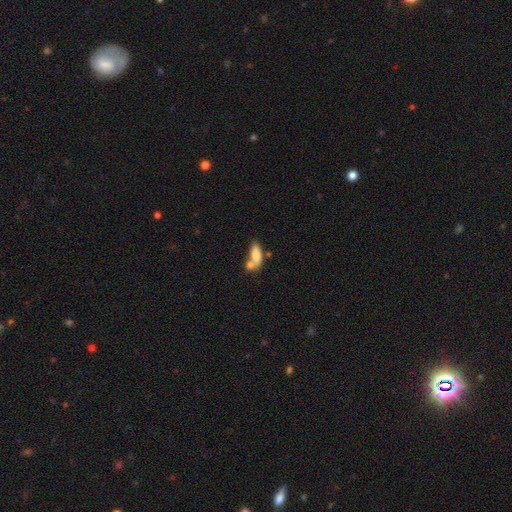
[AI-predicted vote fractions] Smooth or featured: smooth — 76% (featured or disk — 16%)
How rounded: in between — 78% (cigar-shaped — 19%)
Merging: merger — 46% (none — 34%)